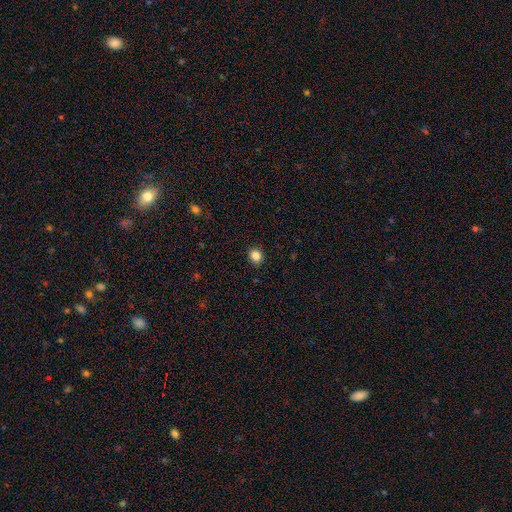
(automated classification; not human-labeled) smooth-or-featured: smooth: 85% | star or artifact: 11% | featured or disk: 4%
  how-rounded: round: 66% | in between: 34% | cigar-shaped: 1%
  merging: none: 90% | minor disturbance: 7% | major disturbance: 2% | merger: 1%